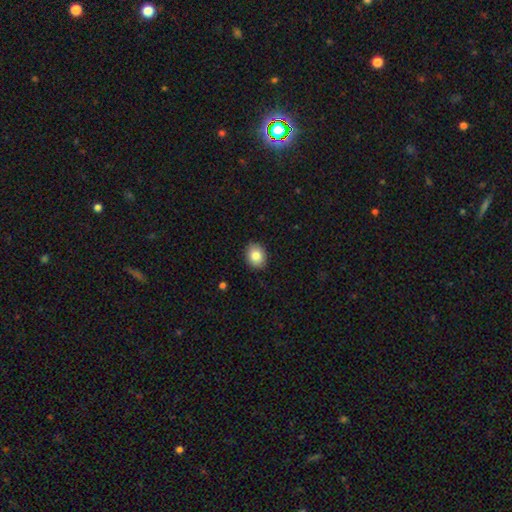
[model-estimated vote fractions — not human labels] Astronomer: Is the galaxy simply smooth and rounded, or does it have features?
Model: smooth — 84%.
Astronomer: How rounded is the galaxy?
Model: in between — 50% (runner-up: round, 49%).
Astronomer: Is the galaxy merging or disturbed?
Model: none — 90%.